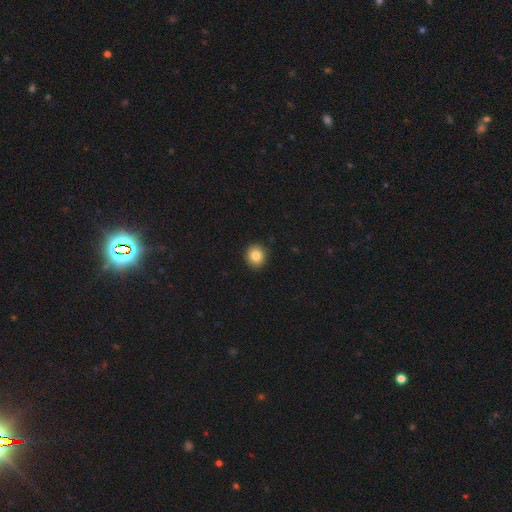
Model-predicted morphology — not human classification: Smooth or featured?
  - smooth: 84% *
  - star or artifact: 10%
  - featured or disk: 6%
How rounded?
  - round: 88% *
  - in between: 11%
  - cigar-shaped: 1%
Merging?
  - none: 92% *
  - minor disturbance: 6%
  - major disturbance: 2%
  - merger: 1%